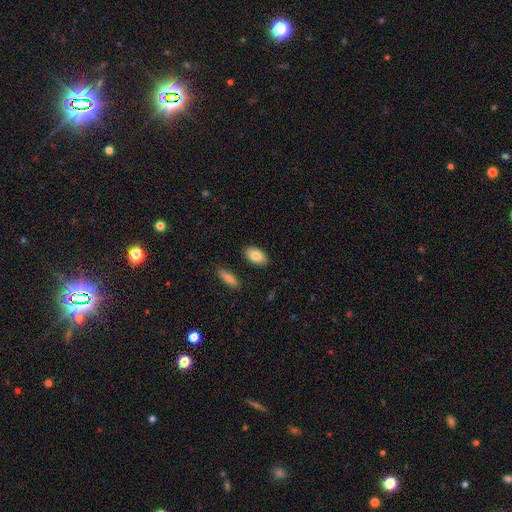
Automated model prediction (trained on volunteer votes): The model was most divided on "smooth or featured": smooth: 84%, featured or disk: 9%, star or artifact: 7%. More confident: how rounded — in between (93%); merging — none (87%).